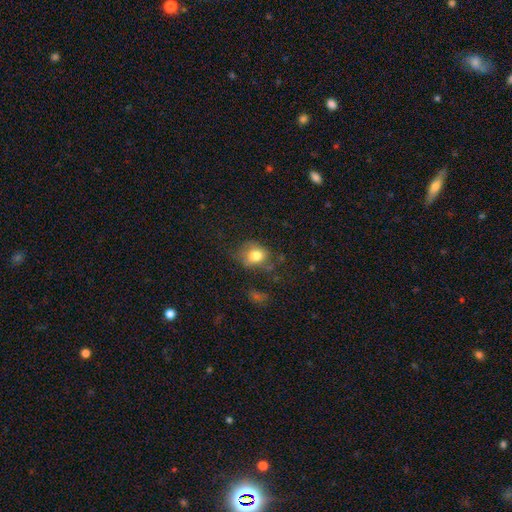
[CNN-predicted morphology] Smooth or featured? smooth (77%)
How rounded? round (51%)
Merging? none (50%)